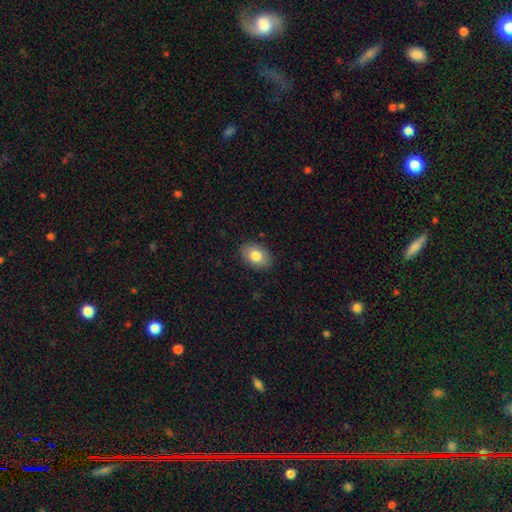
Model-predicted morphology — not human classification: Q: Smooth or featured?
A: smooth (82%); runner-up: featured or disk (11%)
Q: How rounded?
A: in between (83%); runner-up: round (16%)
Q: Merging?
A: none (87%); runner-up: minor disturbance (10%)